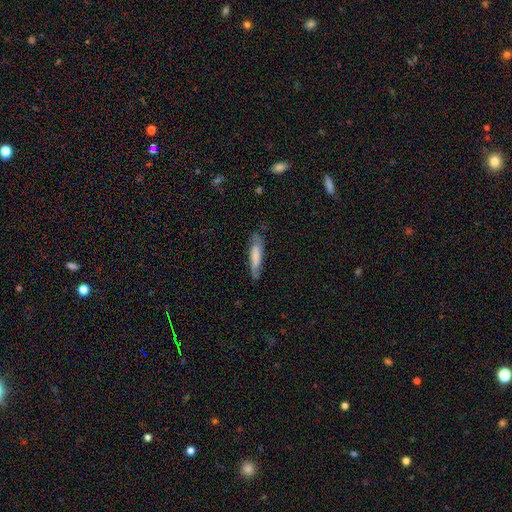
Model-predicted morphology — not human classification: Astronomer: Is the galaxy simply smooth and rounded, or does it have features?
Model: smooth — 65%.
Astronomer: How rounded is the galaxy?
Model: cigar-shaped — 80%.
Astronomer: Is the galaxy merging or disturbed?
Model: none — 72%.